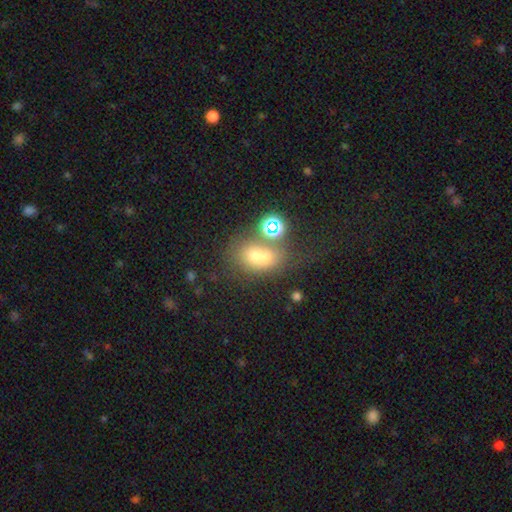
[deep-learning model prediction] Morphology: type=smooth (59%); roundness=in between (51%); merging=merger (48%).